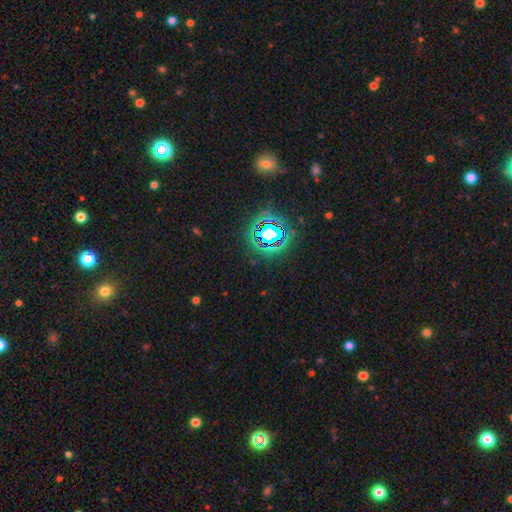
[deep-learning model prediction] Smooth or featured? star or artifact (80%)